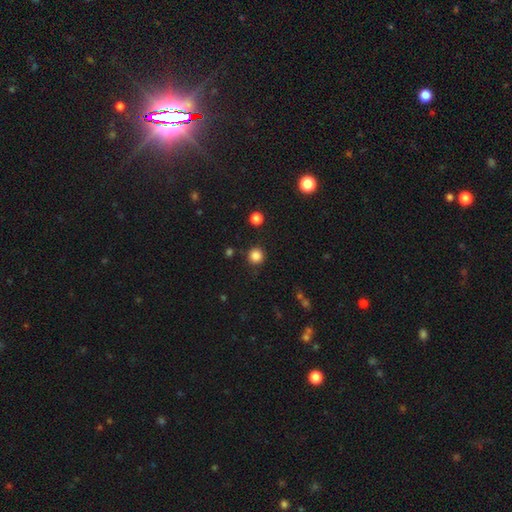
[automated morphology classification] Smooth or featured: smooth — 84% (star or artifact — 13%)
How rounded: round — 95% (in between — 4%)
Merging: none — 89% (minor disturbance — 6%)